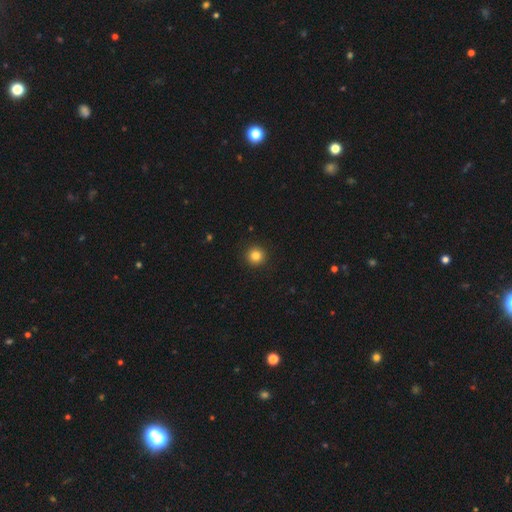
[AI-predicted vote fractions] This appears to be a smooth galaxy with no disk features (83%) that is round (95%). Merging: none (93%).